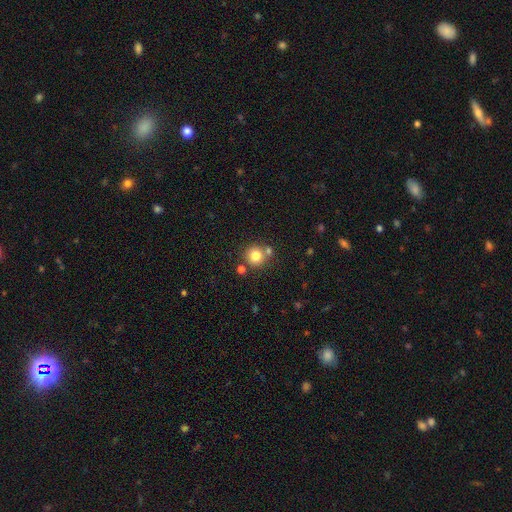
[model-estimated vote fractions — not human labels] smooth-or-featured: smooth: 79% | star or artifact: 12% | featured or disk: 9%
  how-rounded: round: 92% | in between: 7% | cigar-shaped: 1%
  merging: none: 70% | merger: 18% | minor disturbance: 9% | major disturbance: 3%